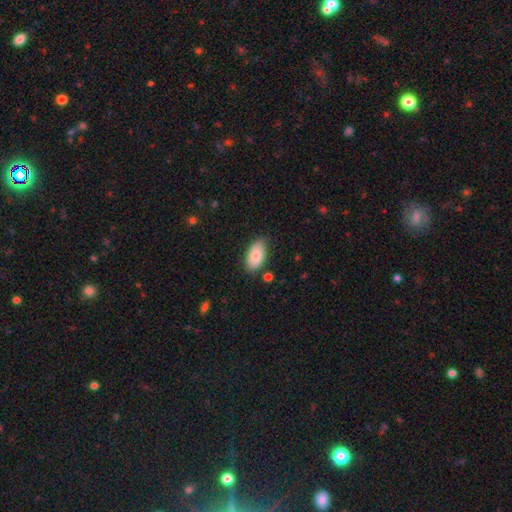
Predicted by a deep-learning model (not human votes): This is clearly a smooth galaxy (82%). How rounded: clearly in between (94%). Merging: likely none (80%).